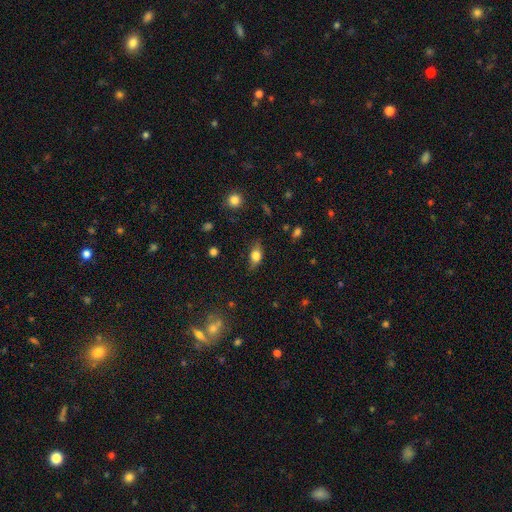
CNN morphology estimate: Overall: smooth (68%). How rounded: in between (77%). Merging: none (76%).